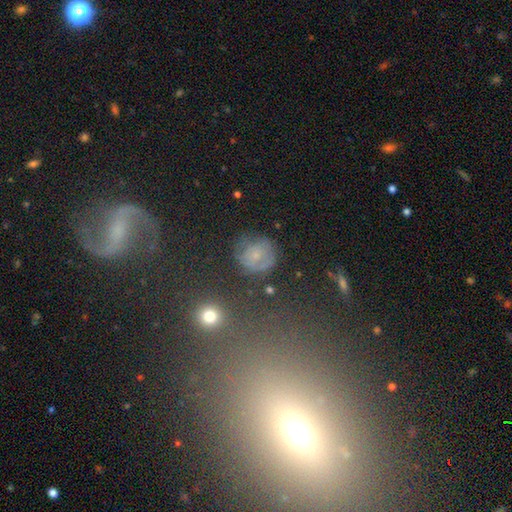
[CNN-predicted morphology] This appears to be a smooth galaxy with no disk features (50%) that is round (83%). Merging: none (61%).